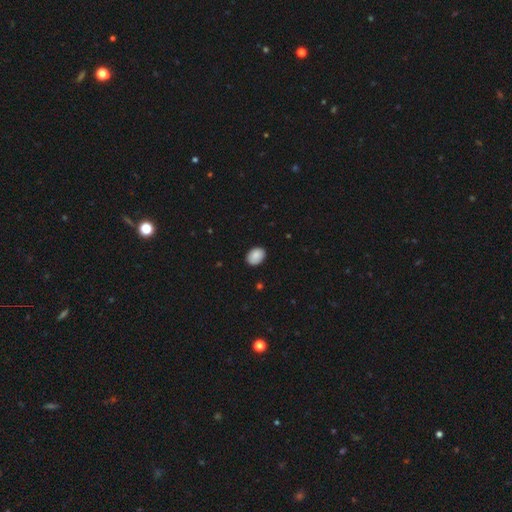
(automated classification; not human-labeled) Q: Smooth or featured?
A: smooth (88%); runner-up: star or artifact (7%)
Q: How rounded?
A: in between (74%); runner-up: round (25%)
Q: Merging?
A: none (88%); runner-up: minor disturbance (10%)